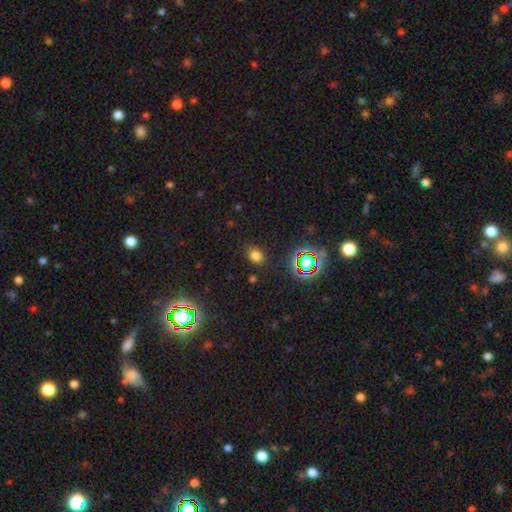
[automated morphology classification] smooth_or_featured: smooth (p=0.71) [alt: star or artifact p=0.23]
how_rounded: in between (p=0.55) [alt: round p=0.43]
merging: none (p=0.83) [alt: minor disturbance p=0.12]